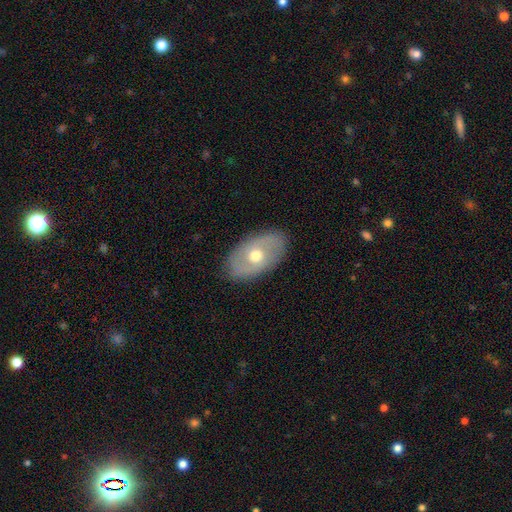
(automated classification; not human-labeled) A featured or disk galaxy (48%).

Vote fractions:
- Smooth or featured? featured or disk: 48% / smooth: 46% / star or artifact: 6%
- Merging? none: 84% / minor disturbance: 11% / major disturbance: 3% / merger: 1%